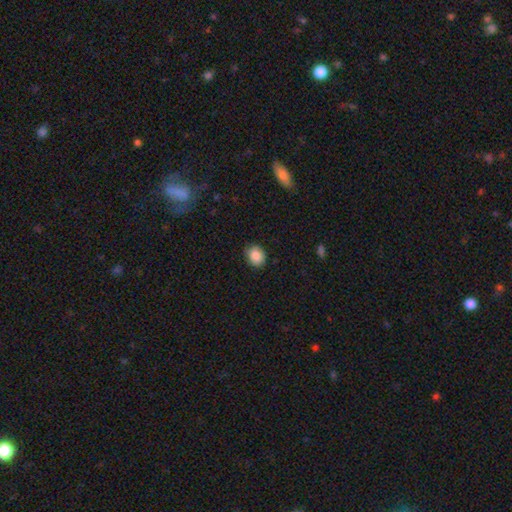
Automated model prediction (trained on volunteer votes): smooth 88%, star or artifact 8%, featured or disk 4%. Down the decision tree: how rounded — round (56%); merging — none (83%).